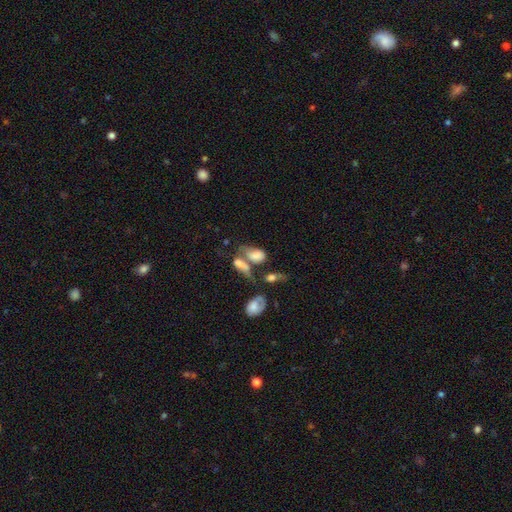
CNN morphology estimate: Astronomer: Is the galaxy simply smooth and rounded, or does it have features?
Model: smooth — 70%.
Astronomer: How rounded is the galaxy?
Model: in between — 85%.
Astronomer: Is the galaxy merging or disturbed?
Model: merger — 52%.